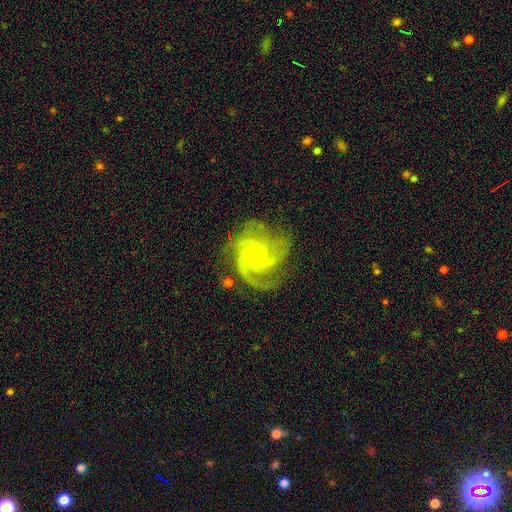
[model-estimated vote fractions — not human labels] Overall: featured or disk (90%). Edge-on disk: no (98%). Bar: no (73%). Spiral arms: yes (98%). Spiral arm count: 3 (50%; 4 19%). Spiral winding: tight (47%; medium 45%). Bulge size: small (78%). Merging: none (70%).